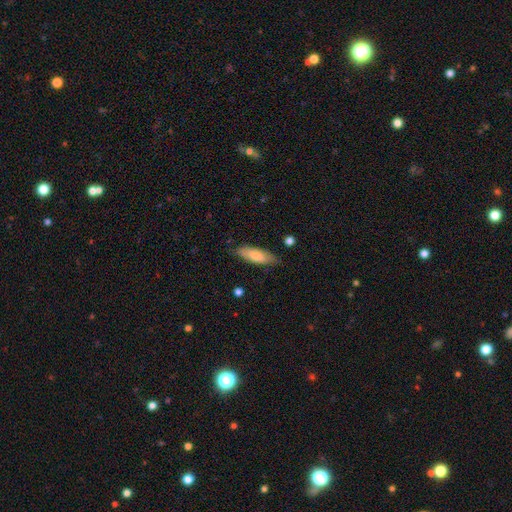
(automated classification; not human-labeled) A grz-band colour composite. It shows a smooth galaxy with no disk features (74%) that is in between round and cigar-shaped (53%). Merging: none (79%).